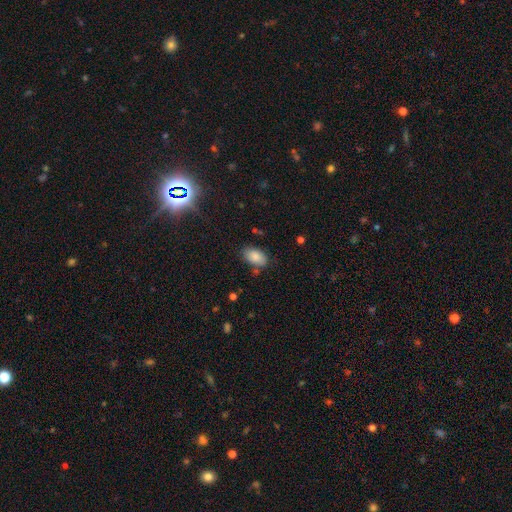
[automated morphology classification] type=smooth (84%); roundness=in between (93%); merging=none (78%).